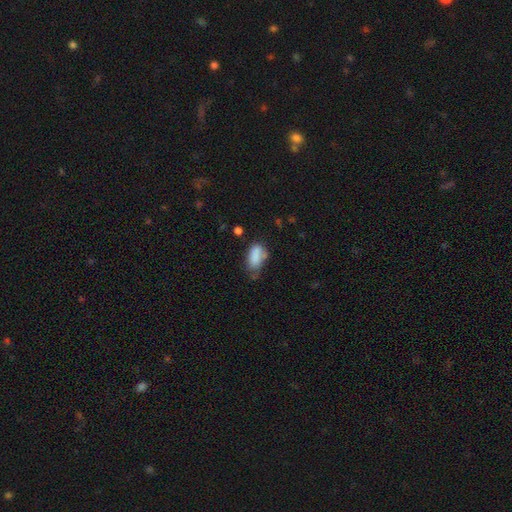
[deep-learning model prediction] A smooth galaxy with no disk features (81%) that is in between round and cigar-shaped (89%).

Vote fractions:
- Smooth or featured? smooth: 81% / featured or disk: 10% / star or artifact: 9%
- How rounded? in between: 89% / round: 6% / cigar-shaped: 5%
- Merging? none: 40% / minor disturbance: 37% / major disturbance: 15% / merger: 8%